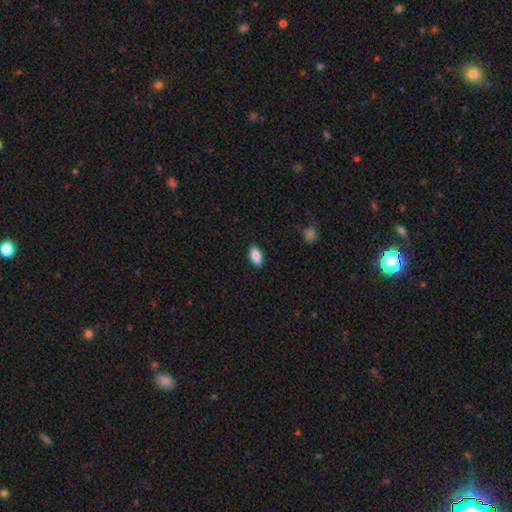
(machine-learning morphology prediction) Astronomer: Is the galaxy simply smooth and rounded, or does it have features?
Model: smooth — 87%.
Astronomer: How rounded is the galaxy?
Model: in between — 90%.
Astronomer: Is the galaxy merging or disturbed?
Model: none — 88%.